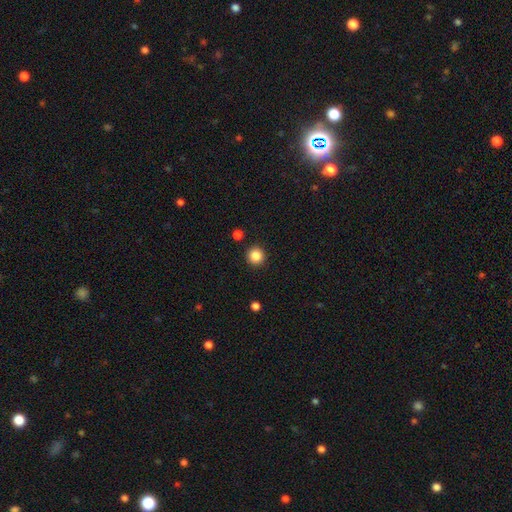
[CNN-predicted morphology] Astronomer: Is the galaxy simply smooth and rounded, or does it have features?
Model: smooth — 86%.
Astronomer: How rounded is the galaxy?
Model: round — 95%.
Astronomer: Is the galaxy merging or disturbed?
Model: none — 91%.